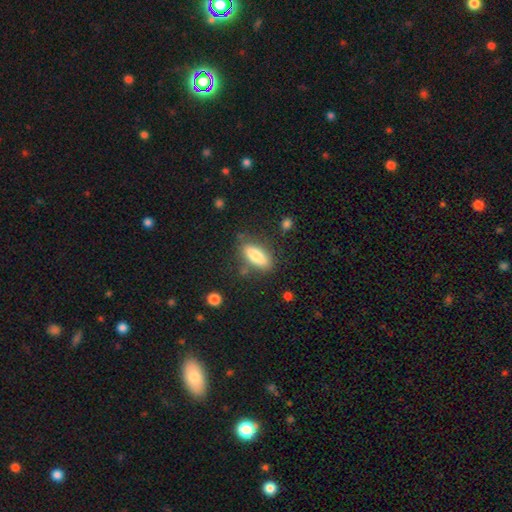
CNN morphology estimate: Overall: smooth (81%). How rounded: in between (69%). Merging: none (76%).